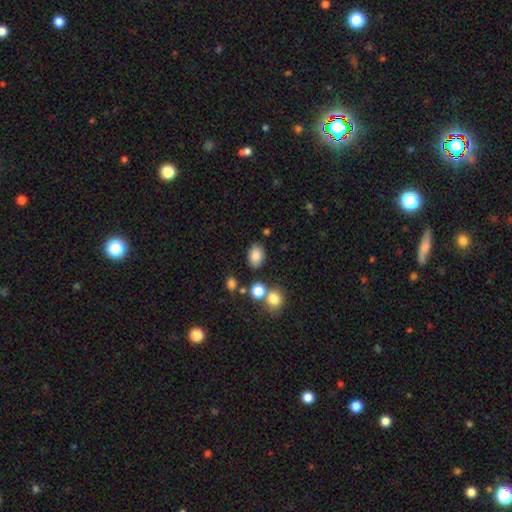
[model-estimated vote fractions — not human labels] A smooth galaxy with no disk features (84%) that is in between round and cigar-shaped (78%). Merging: none (79%).